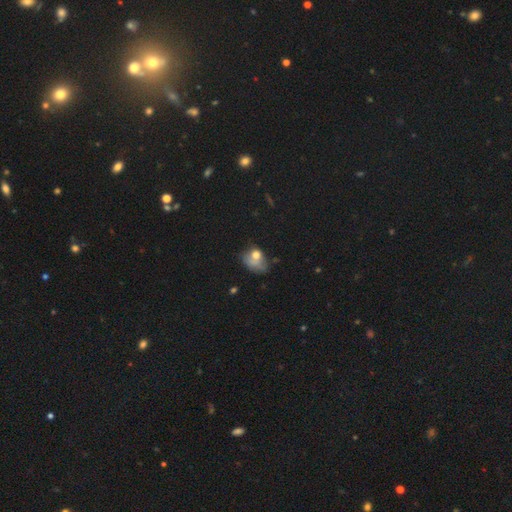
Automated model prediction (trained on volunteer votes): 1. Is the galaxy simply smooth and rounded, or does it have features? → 64% smooth, 23% featured or disk, 13% star or artifact.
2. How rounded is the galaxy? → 62% in between, 37% round, 1% cigar-shaped.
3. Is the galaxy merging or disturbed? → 33% major disturbance, 30% minor disturbance, 27% none, 10% merger.